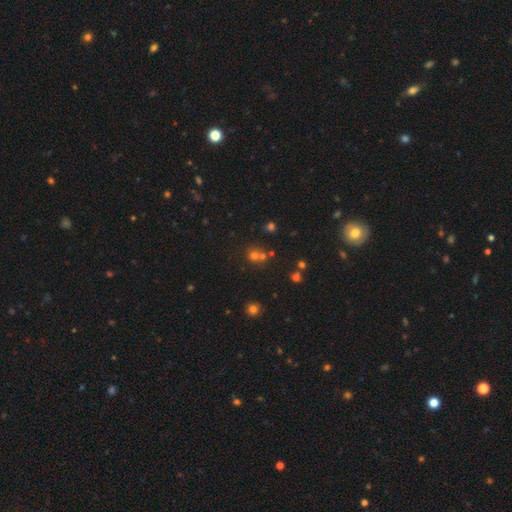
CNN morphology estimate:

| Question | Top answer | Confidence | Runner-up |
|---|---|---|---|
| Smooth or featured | smooth | 62% | star or artifact (25%) |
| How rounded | round | 85% | in between (14%) |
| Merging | none | 51% | merger (38%) |